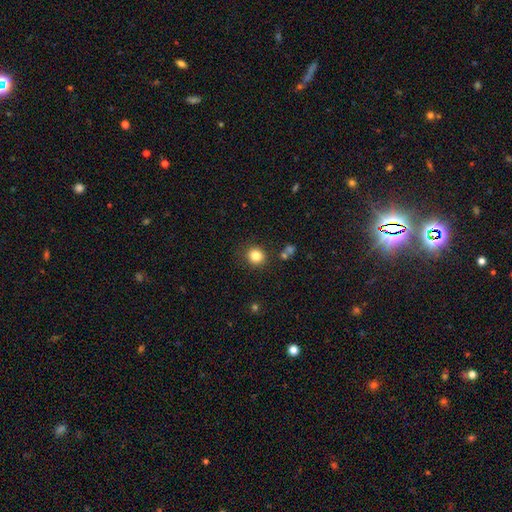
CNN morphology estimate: Smooth or featured? Predicted: smooth (p=0.83). How rounded? Predicted: round (p=0.88). Merging? Predicted: none (p=0.86).